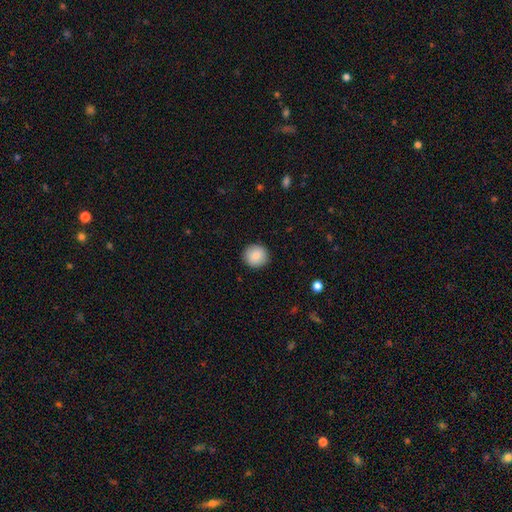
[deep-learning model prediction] Smooth or featured: smooth — 87% (star or artifact — 8%)
How rounded: round — 94% (in between — 5%)
Merging: none — 92% (minor disturbance — 5%)